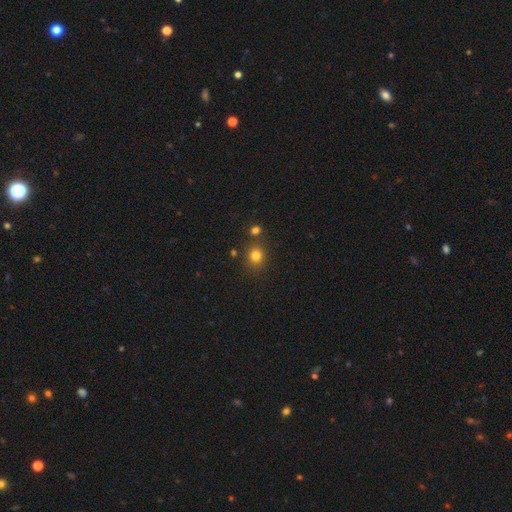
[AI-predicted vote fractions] Morphology: type=smooth (79%); roundness=round (80%); merging=none (78%).